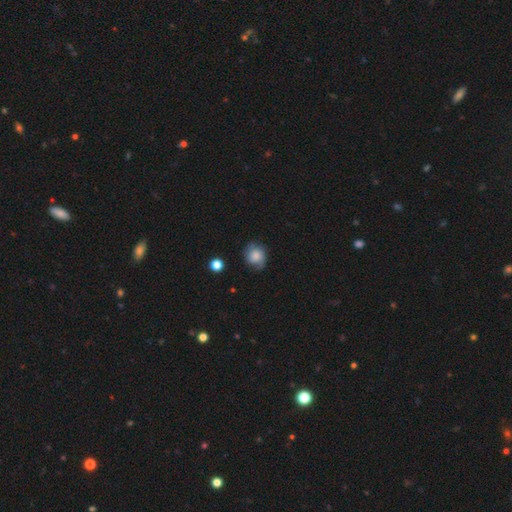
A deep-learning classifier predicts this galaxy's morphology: This appears to be a smooth galaxy with no disk features (60%) that is round (72%). Merging: none (68%).